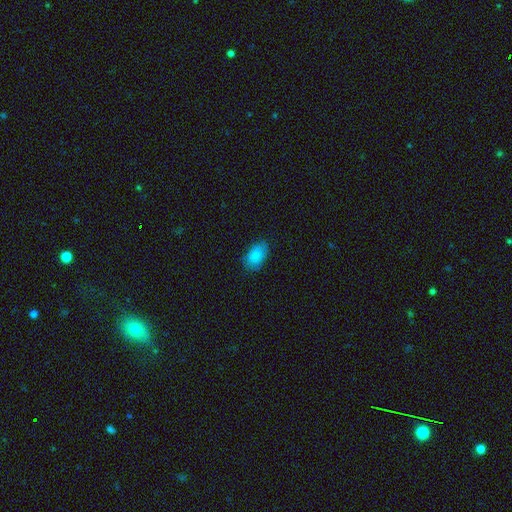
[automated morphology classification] Smooth or featured? smooth (84%)
How rounded? in between (88%)
Merging? none (78%)